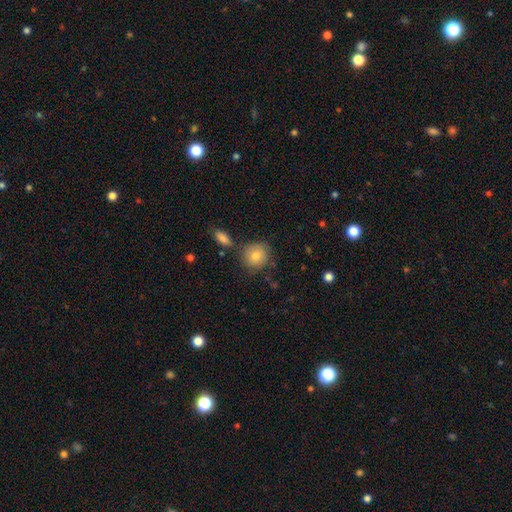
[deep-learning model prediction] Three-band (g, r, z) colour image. It shows a smooth galaxy with no disk features (80%) that is round (82%). Merging: none (73%).